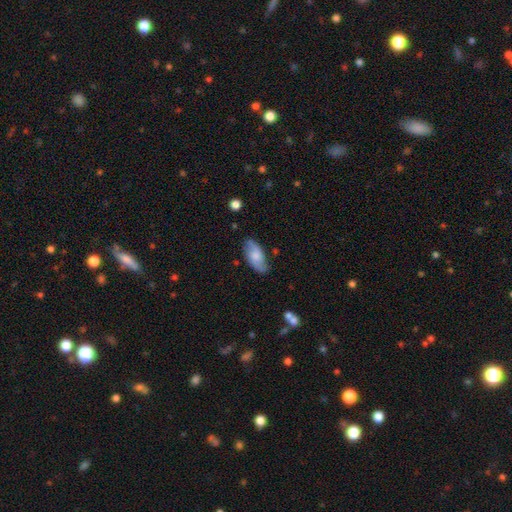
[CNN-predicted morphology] This appears to be a smooth galaxy with no disk features (51%) that is in between round and cigar-shaped (90%). Merging: none (76%).